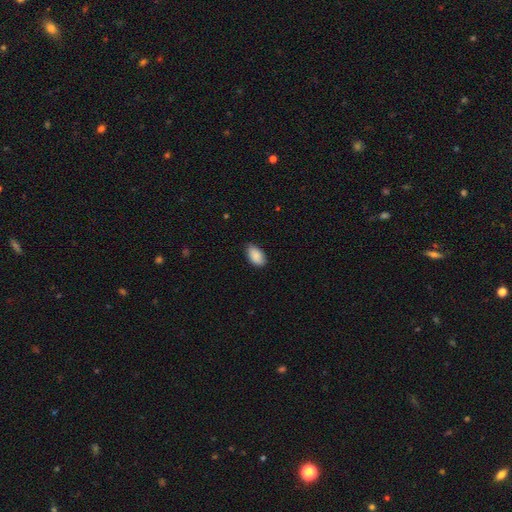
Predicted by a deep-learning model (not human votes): Smooth or featured? smooth (89%)
How rounded? in between (94%)
Merging? none (83%)